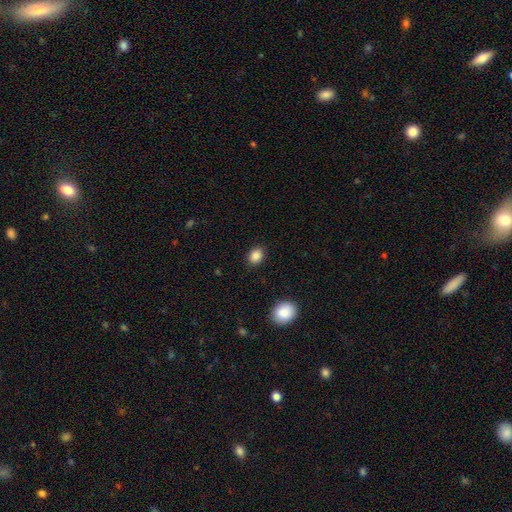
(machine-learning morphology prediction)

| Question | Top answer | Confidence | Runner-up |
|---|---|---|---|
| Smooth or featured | smooth | 87% | star or artifact (9%) |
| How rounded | in between | 54% | round (45%) |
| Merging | none | 88% | minor disturbance (8%) |